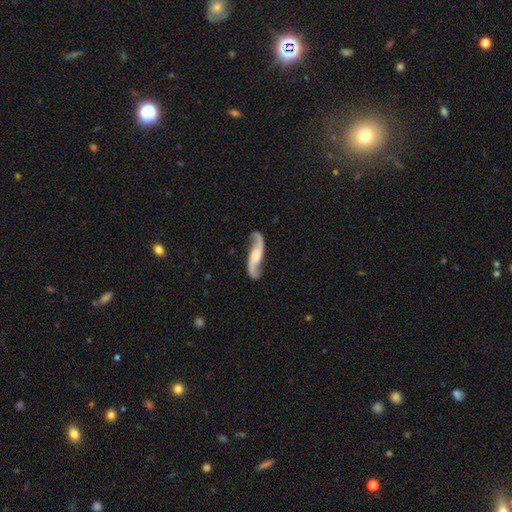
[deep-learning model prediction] featured or disk 87%, smooth 8%, star or artifact 4%. Down the decision tree: edge-on disk — no (91%); bar — no (53%); spiral arms — yes (97%); spiral arm count — 2 (94%); spiral winding — loose (77%); bulge size — moderate (34%); merging — none (82%).